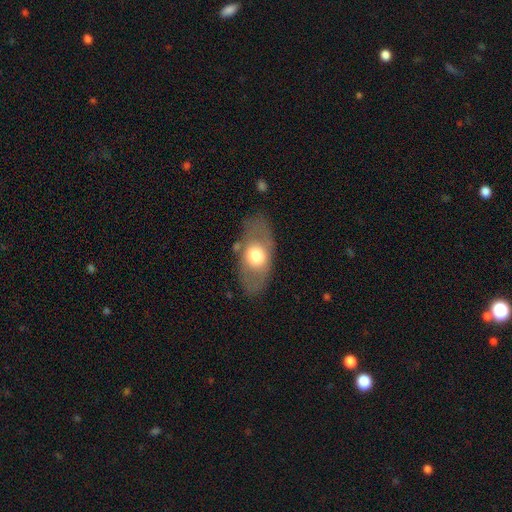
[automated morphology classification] The model was most divided on "smooth or featured": smooth: 56%, featured or disk: 38%, star or artifact: 6%. More confident: how rounded — in between (88%); merging — none (76%).